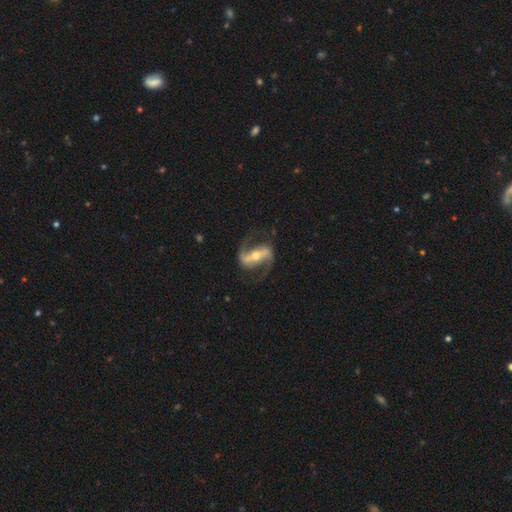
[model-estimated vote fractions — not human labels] Smooth or featured?
  - featured or disk: 90% *
  - smooth: 5%
  - star or artifact: 4%
Edge-on disk?
  - no: 95% *
  - yes: 5%
Bar?
  - strong: 67% *
  - weak: 20%
  - no: 12%
Spiral arms?
  - yes: 96% *
  - no: 4%
Spiral winding?
  - loose: 46% *
  - medium: 43%
  - tight: 11%
Spiral arm count?
  - 2: 93% *
  - 1: 2%
  - can't tell: 2%
  - 3: 1%
  - 4: 1%
  - more than 4: 1%
Bulge size?
  - moderate: 52% *
  - small: 41%
  - large: 4%
  - none: 2%
  - dominant: 1%
Merging?
  - none: 79% *
  - minor disturbance: 12%
  - major disturbance: 8%
  - merger: 2%